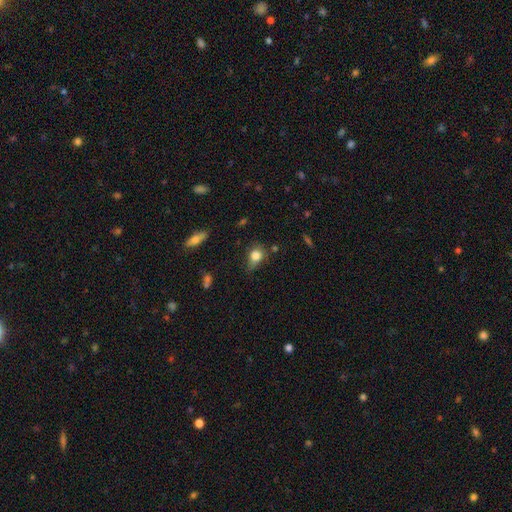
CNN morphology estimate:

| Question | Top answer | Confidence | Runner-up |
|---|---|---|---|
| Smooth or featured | smooth | 81% | star or artifact (10%) |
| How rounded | in between | 51% | round (47%) |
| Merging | none | 48% | minor disturbance (37%) |